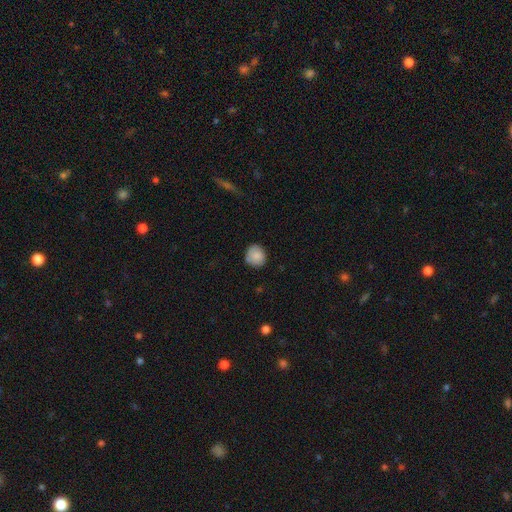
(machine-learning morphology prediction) Q: Smooth or featured?
A: smooth (85%); runner-up: star or artifact (8%)
Q: How rounded?
A: round (84%); runner-up: in between (15%)
Q: Merging?
A: none (80%); runner-up: minor disturbance (15%)